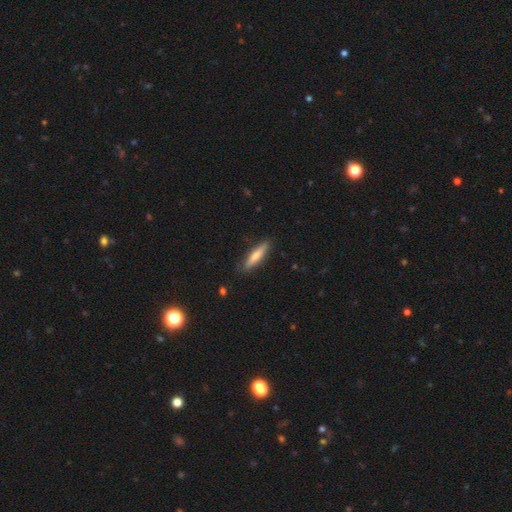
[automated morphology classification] Smooth or featured: smooth — 64% (featured or disk — 30%)
How rounded: cigar-shaped — 83% (in between — 16%)
Merging: none — 86% (minor disturbance — 10%)